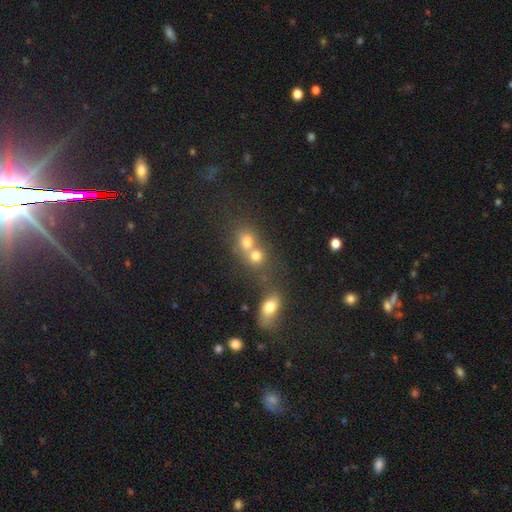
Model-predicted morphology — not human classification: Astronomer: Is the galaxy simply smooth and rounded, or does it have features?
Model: smooth — 73%.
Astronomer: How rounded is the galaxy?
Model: round — 75%.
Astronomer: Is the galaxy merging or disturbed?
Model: merger — 52% (runner-up: none, 38%).